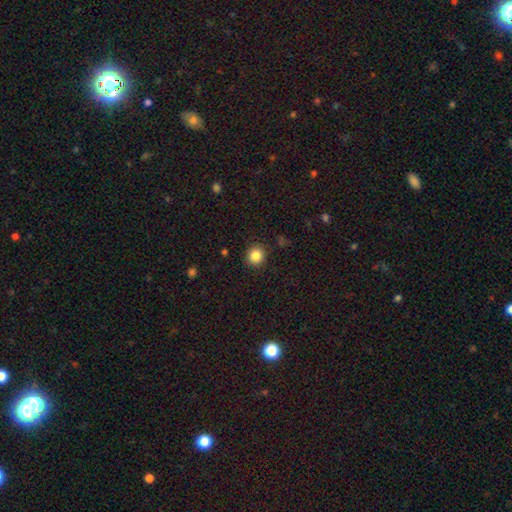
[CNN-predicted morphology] The model was most divided on "smooth or featured": smooth: 85%, star or artifact: 11%, featured or disk: 5%. More confident: merging — none (91%); how rounded — round (91%).